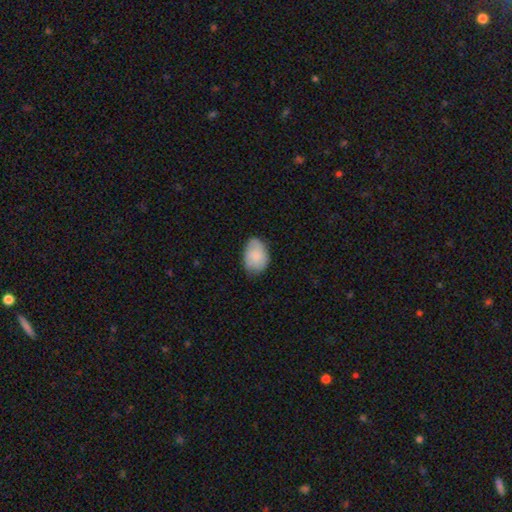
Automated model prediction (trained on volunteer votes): Smooth or featured? Predicted: smooth (p=0.74). How rounded? Predicted: in between (p=0.81). Merging? Predicted: none (p=0.65).